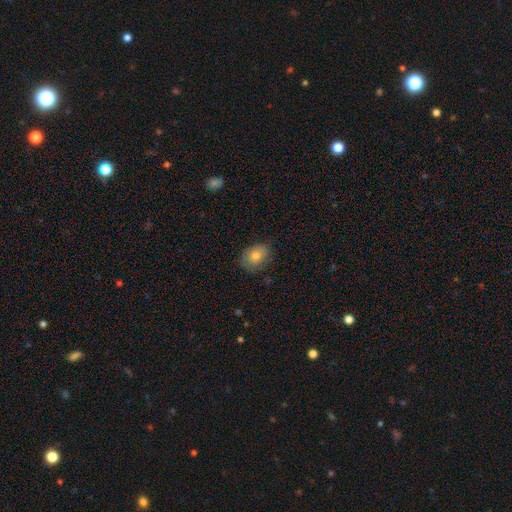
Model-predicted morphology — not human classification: type=smooth (74%); roundness=in between (64%); merging=none (73%).